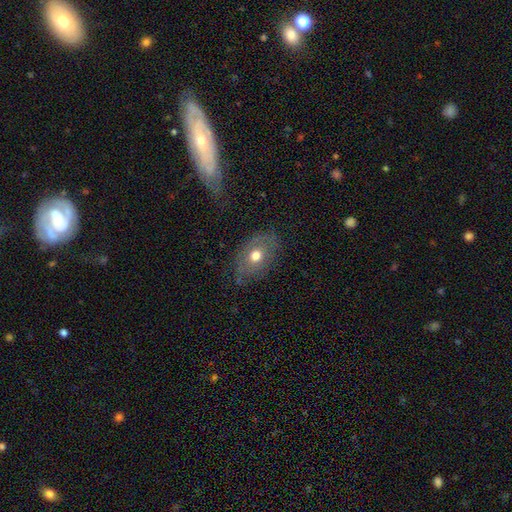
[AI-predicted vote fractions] smooth_or_featured: smooth (p=0.60) [alt: featured or disk p=0.30]
how_rounded: in between (p=0.78) [alt: round p=0.20]
merging: none (p=0.72) [alt: minor disturbance p=0.20]